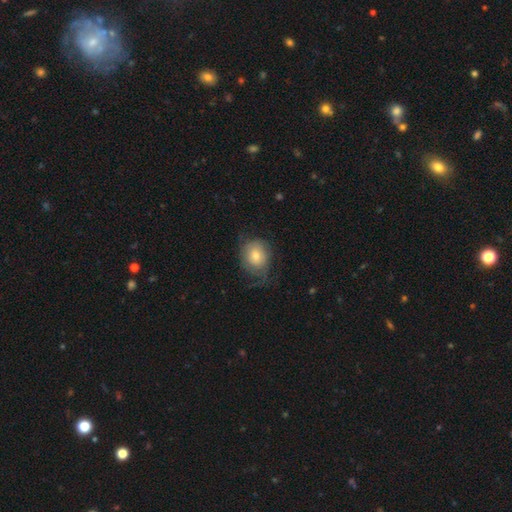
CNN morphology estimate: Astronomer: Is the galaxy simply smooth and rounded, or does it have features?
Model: smooth — 59%.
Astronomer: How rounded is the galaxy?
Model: round — 69%.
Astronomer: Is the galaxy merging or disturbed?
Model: none — 52% (runner-up: minor disturbance, 28%).